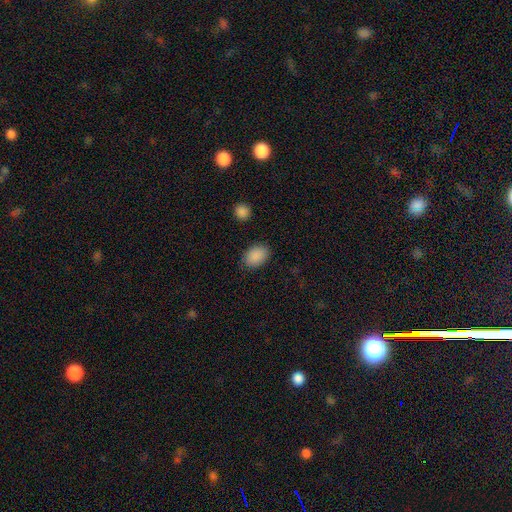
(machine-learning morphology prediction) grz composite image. It shows a smooth galaxy with no disk features (89%) that is in between round and cigar-shaped (82%). Merging: none (86%).